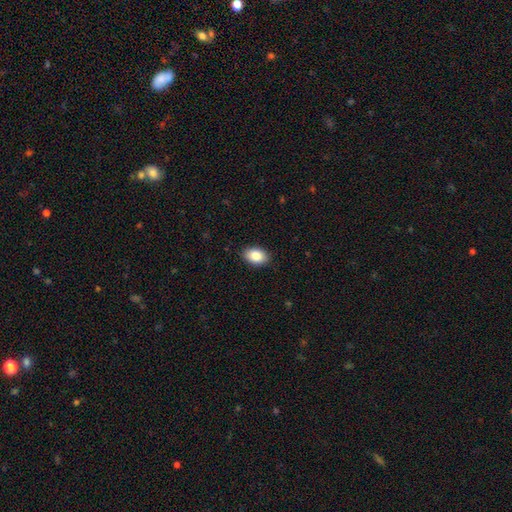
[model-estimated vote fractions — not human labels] smooth_or_featured: smooth (p=0.87) [alt: star or artifact p=0.07]
how_rounded: in between (p=0.89) [alt: round p=0.09]
merging: none (p=0.89) [alt: minor disturbance p=0.08]